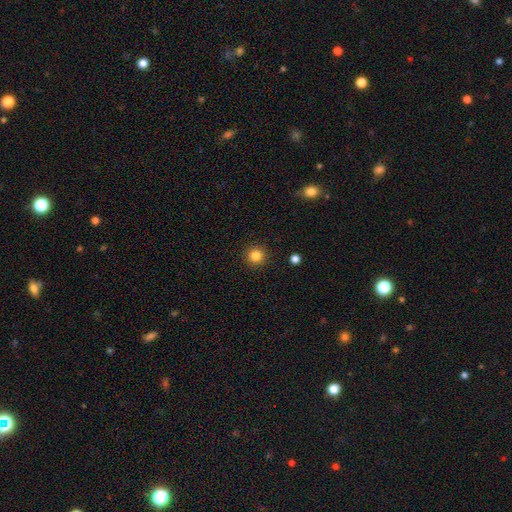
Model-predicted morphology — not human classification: This is clearly a smooth galaxy (84%). How rounded: clearly round (95%). Merging: clearly none (92%).